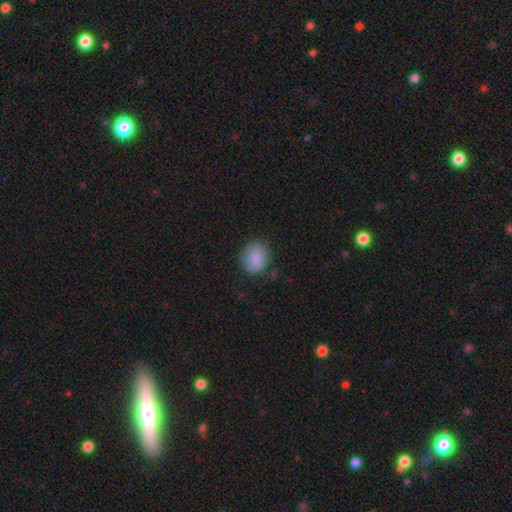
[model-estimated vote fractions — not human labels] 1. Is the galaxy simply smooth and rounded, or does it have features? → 84% smooth, 8% featured or disk, 8% star or artifact.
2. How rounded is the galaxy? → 72% round, 27% in between, 1% cigar-shaped.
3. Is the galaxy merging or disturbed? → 79% none, 15% minor disturbance, 4% major disturbance, 2% merger.